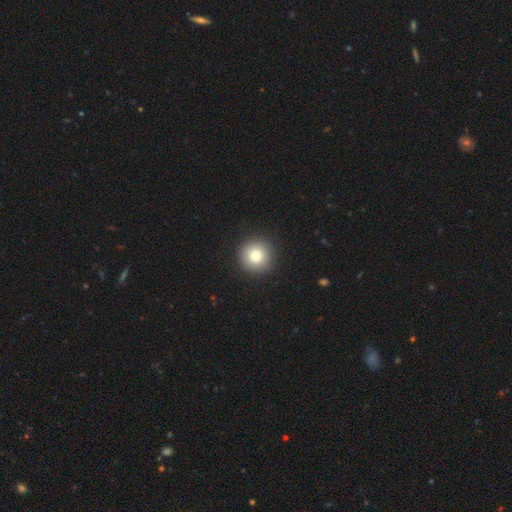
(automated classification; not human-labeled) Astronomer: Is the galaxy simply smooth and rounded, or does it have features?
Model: smooth — 83%.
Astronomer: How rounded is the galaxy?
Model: round — 95%.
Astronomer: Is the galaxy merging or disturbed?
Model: none — 91%.